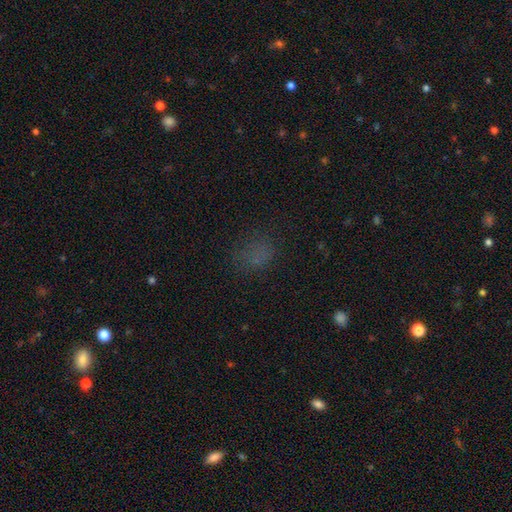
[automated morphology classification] smooth-or-featured: smooth: 64% | star or artifact: 28% | featured or disk: 8%
  how-rounded: in between: 51% | round: 47% | cigar-shaped: 2%
  merging: none: 74% | minor disturbance: 15% | major disturbance: 9% | merger: 2%